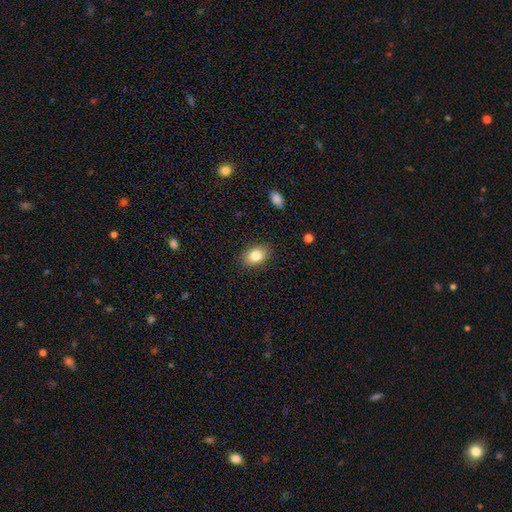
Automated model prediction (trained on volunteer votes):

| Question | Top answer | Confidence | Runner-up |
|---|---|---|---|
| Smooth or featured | smooth | 83% | featured or disk (9%) |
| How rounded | in between | 80% | round (19%) |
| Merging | none | 87% | minor disturbance (9%) |